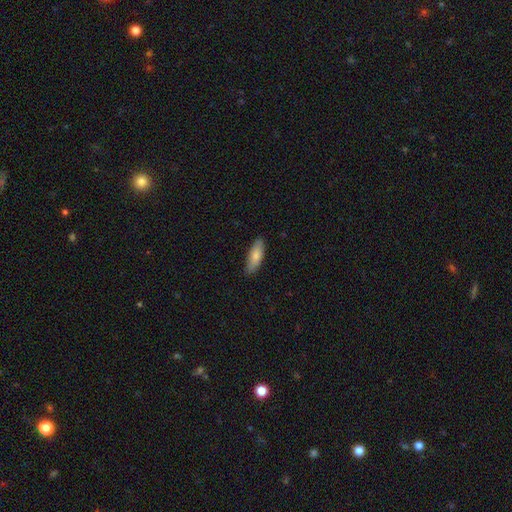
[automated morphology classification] Q: Smooth or featured?
A: smooth (79%); runner-up: featured or disk (16%)
Q: How rounded?
A: in between (61%); runner-up: cigar-shaped (37%)
Q: Merging?
A: none (85%); runner-up: minor disturbance (12%)